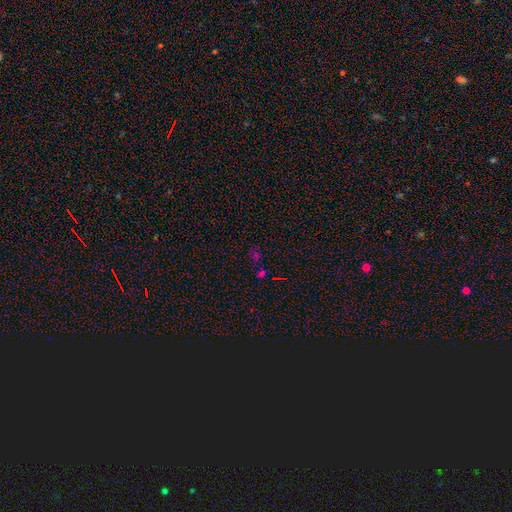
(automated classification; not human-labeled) Smooth or featured?
  - star or artifact: 52% *
  - smooth: 39%
  - featured or disk: 8%